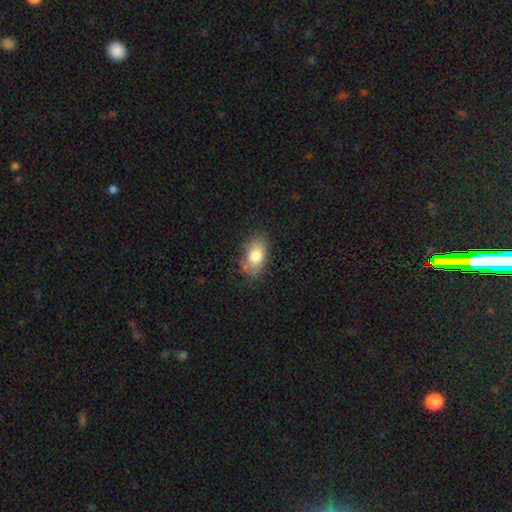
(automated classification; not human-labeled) The model was most divided on "merging": none: 75%, minor disturbance: 19%, major disturbance: 5%, merger: 2%. More confident: how rounded — in between (91%); smooth or featured — smooth (79%).